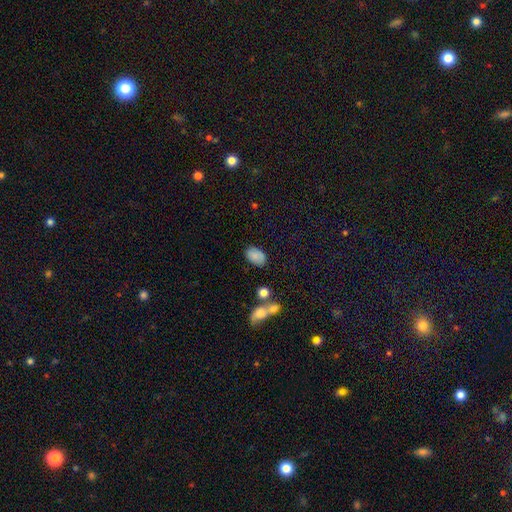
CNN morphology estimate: smooth_or_featured: smooth (p=0.81) [alt: featured or disk p=0.11]
how_rounded: in between (p=0.91) [alt: round p=0.08]
merging: none (p=0.73) [alt: minor disturbance p=0.17]